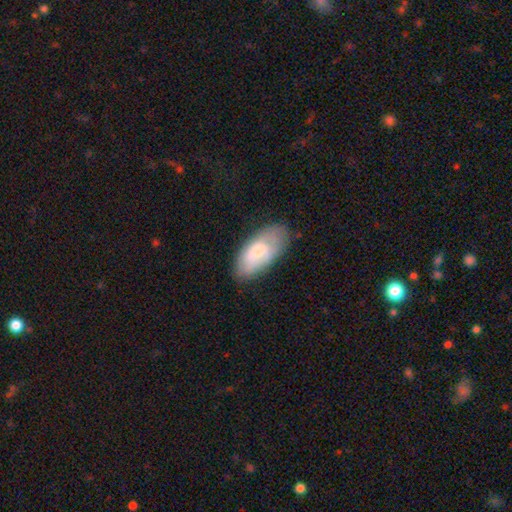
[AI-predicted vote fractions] Smooth or featured?
  - smooth: 64% *
  - featured or disk: 29%
  - star or artifact: 7%
How rounded?
  - in between: 90% *
  - cigar-shaped: 8%
  - round: 2%
Merging?
  - none: 73% *
  - minor disturbance: 21%
  - major disturbance: 5%
  - merger: 2%